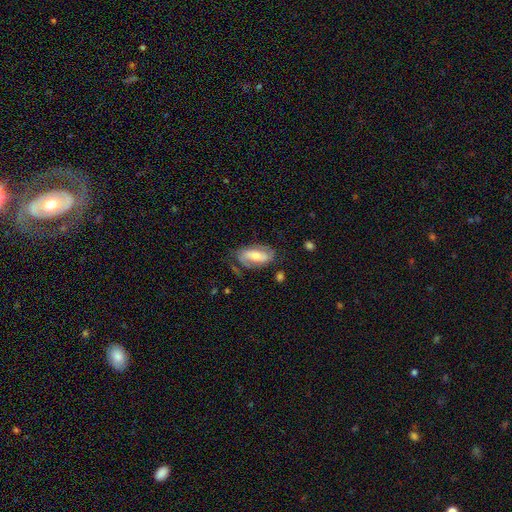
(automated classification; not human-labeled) A featured or disk galaxy (59%) with a strong bar (36%), spiral arms (78%) and a moderate central bulge (55%).

Vote fractions:
- Smooth or featured? featured or disk: 59% / smooth: 35% / star or artifact: 6%
- Edge-on disk? no: 91% / yes: 9%
- Bar? strong: 36% / no: 33% / weak: 31%
- Spiral arms? yes: 78% / no: 22%
- Bulge size? moderate: 55% / small: 34% / large: 7% / none: 2% / dominant: 1%
- Merging? none: 63% / minor disturbance: 23% / major disturbance: 12% / merger: 2%